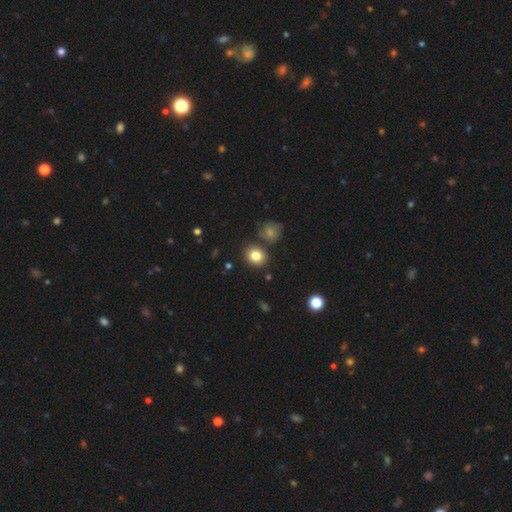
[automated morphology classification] smooth_or_featured: smooth (p=0.82) [alt: star or artifact p=0.11]
how_rounded: round (p=0.72) [alt: in between p=0.28]
merging: none (p=0.80) [alt: minor disturbance p=0.09]